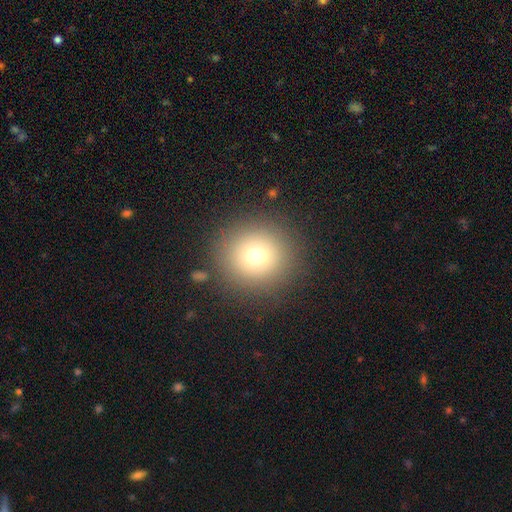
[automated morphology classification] Smooth or featured?
  - smooth: 73% *
  - star or artifact: 15%
  - featured or disk: 12%
How rounded?
  - round: 94% *
  - in between: 6%
  - cigar-shaped: 1%
Merging?
  - none: 87% *
  - minor disturbance: 7%
  - major disturbance: 4%
  - merger: 2%